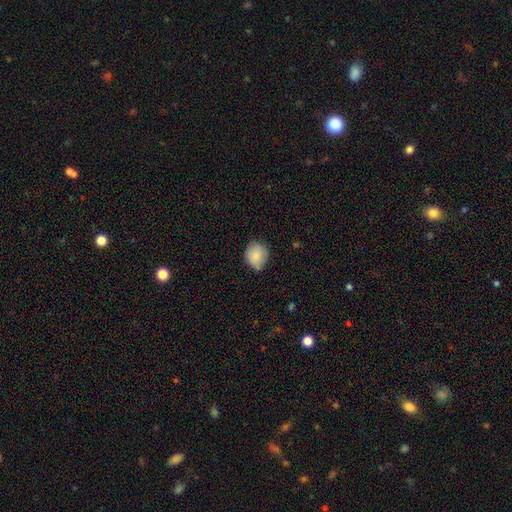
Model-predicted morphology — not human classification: type=smooth (84%); roundness=round (69%); merging=none (72%).